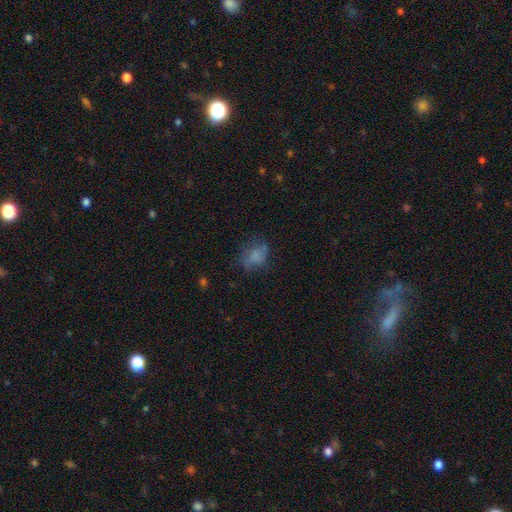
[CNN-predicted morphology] smooth_or_featured: smooth (p=0.64) [alt: featured or disk p=0.23]
how_rounded: in between (p=0.68) [alt: round p=0.30]
merging: none (p=0.53) [alt: minor disturbance p=0.25]